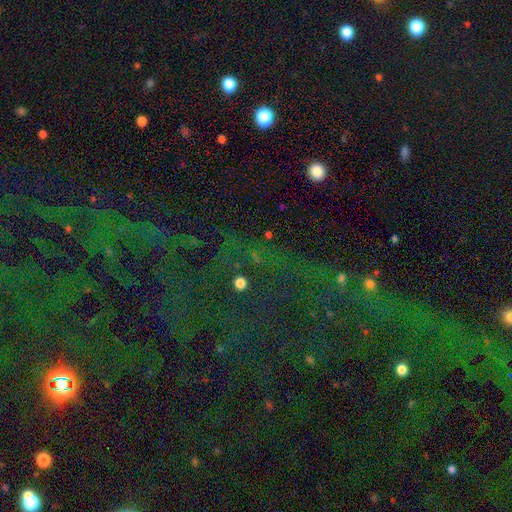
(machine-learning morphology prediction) Smooth or featured?
  - star or artifact: 80% *
  - smooth: 11%
  - featured or disk: 9%